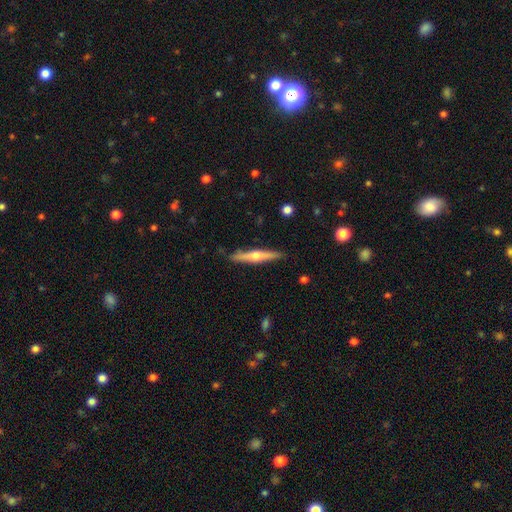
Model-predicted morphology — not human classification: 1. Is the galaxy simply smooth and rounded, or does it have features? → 60% featured or disk, 34% smooth, 6% star or artifact.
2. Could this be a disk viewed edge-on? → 97% yes, 3% no.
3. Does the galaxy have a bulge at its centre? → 87% rounded, 9% none, 4% boxy.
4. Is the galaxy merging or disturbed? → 89% none, 8% minor disturbance, 2% major disturbance, 1% merger.